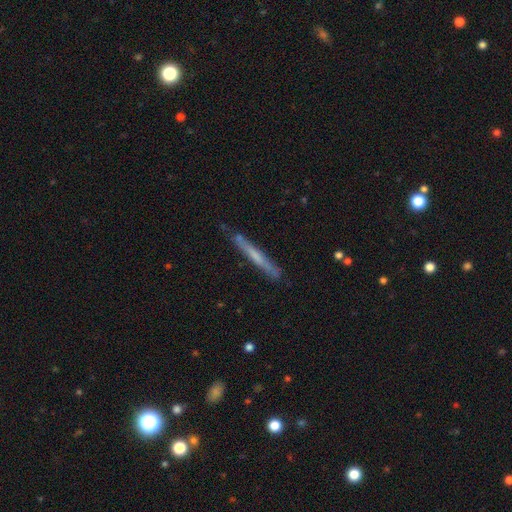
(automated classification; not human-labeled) smooth_or_featured: featured or disk (p=0.50) [alt: smooth p=0.44]
merging: none (p=0.81) [alt: minor disturbance p=0.14]